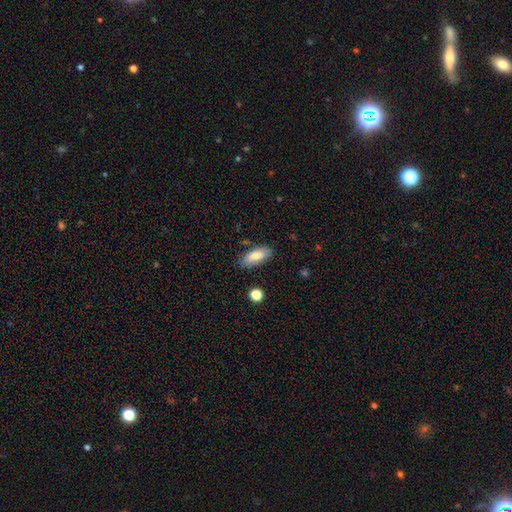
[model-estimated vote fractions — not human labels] Q: Smooth or featured?
A: smooth (79%); runner-up: featured or disk (14%)
Q: How rounded?
A: in between (84%); runner-up: cigar-shaped (14%)
Q: Merging?
A: none (81%); runner-up: minor disturbance (13%)